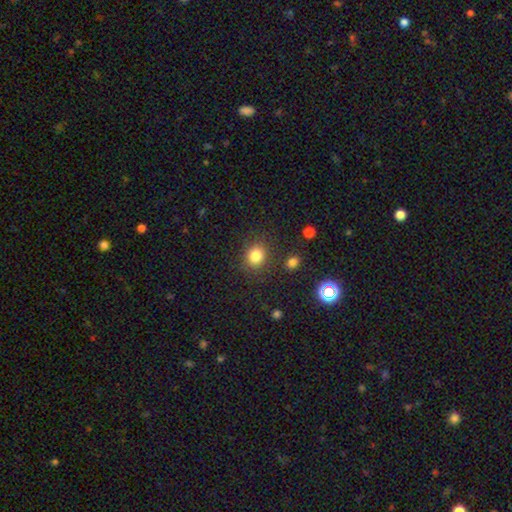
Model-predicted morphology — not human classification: A smooth galaxy with no disk features (82%) that is round (72%).

Vote fractions:
- Smooth or featured? smooth: 82% / star or artifact: 13% / featured or disk: 6%
- How rounded? round: 72% / in between: 28% / cigar-shaped: 1%
- Merging? none: 83% / minor disturbance: 10% / major disturbance: 4% / merger: 3%